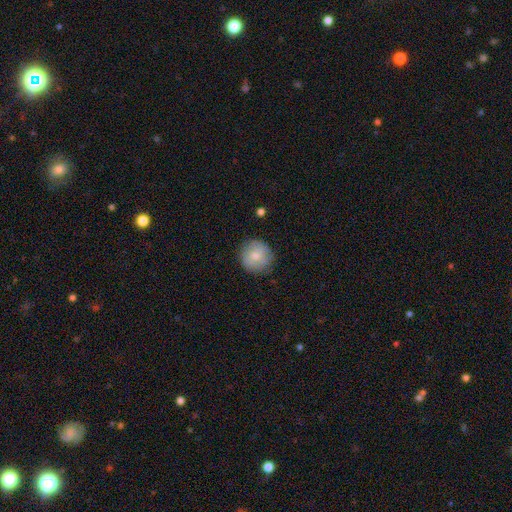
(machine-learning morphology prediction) smooth-or-featured: smooth: 73% | featured or disk: 20% | star or artifact: 7%
  how-rounded: round: 94% | in between: 5% | cigar-shaped: 1%
  merging: none: 83% | minor disturbance: 13% | major disturbance: 3% | merger: 1%